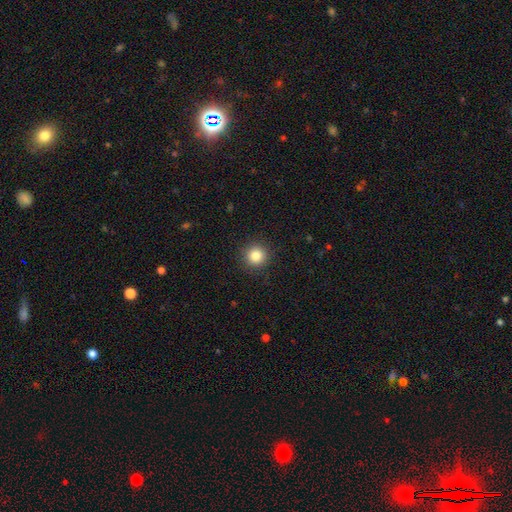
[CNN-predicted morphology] Smooth or featured: smooth — 83% (star or artifact — 11%)
How rounded: round — 95% (in between — 4%)
Merging: none — 92% (minor disturbance — 5%)